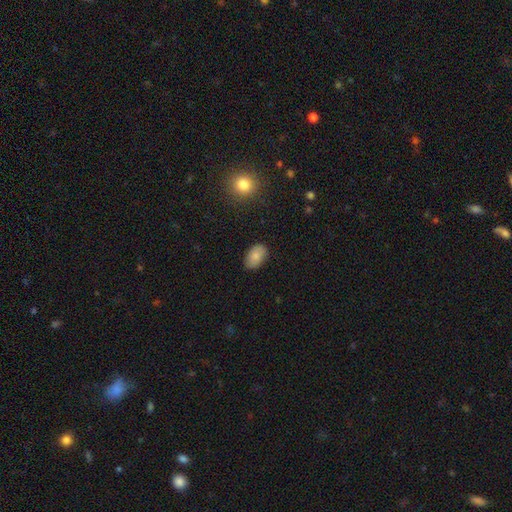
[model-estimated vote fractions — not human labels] A smooth galaxy with no disk features (84%) that is in between round and cigar-shaped (90%).

Vote fractions:
- Smooth or featured? smooth: 84% / featured or disk: 8% / star or artifact: 8%
- How rounded? in between: 90% / round: 9% / cigar-shaped: 1%
- Merging? none: 82% / minor disturbance: 14% / major disturbance: 3% / merger: 1%